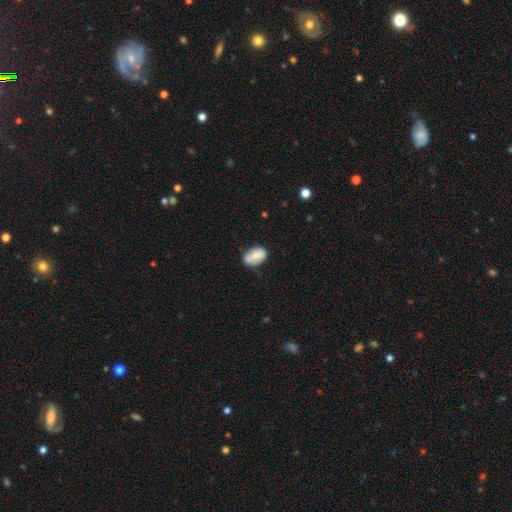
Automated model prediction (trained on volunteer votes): Morphology: type=smooth (70%); roundness=in between (88%); merging=none (62%).